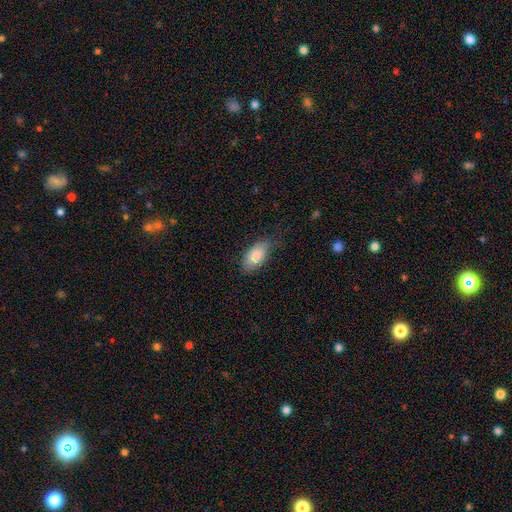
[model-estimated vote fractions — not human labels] Morphology: type=smooth (84%); roundness=in between (92%); merging=none (69%).